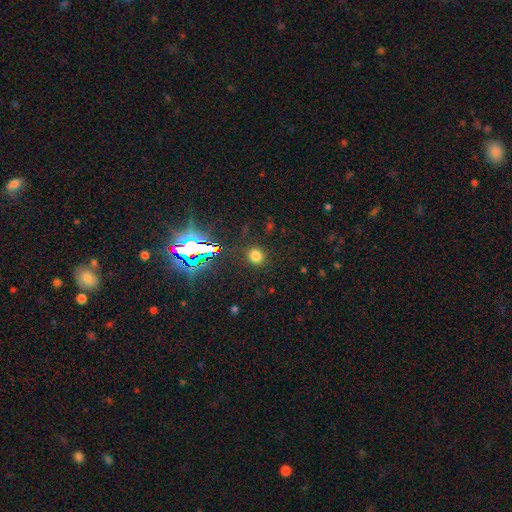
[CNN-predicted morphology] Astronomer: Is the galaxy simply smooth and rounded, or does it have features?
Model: smooth — 70%.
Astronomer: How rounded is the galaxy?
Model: round — 83%.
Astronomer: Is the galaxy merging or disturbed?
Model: none — 87%.